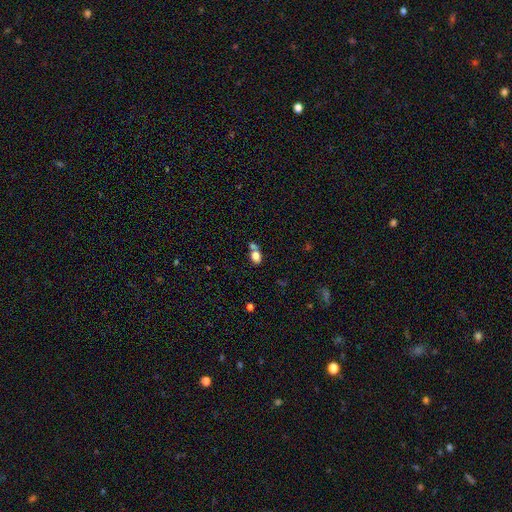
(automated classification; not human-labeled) Smooth or featured?
  - smooth: 80% *
  - featured or disk: 11%
  - star or artifact: 10%
How rounded?
  - in between: 79% *
  - round: 19%
  - cigar-shaped: 2%
Merging?
  - merger: 43% *
  - none: 40%
  - minor disturbance: 12%
  - major disturbance: 5%